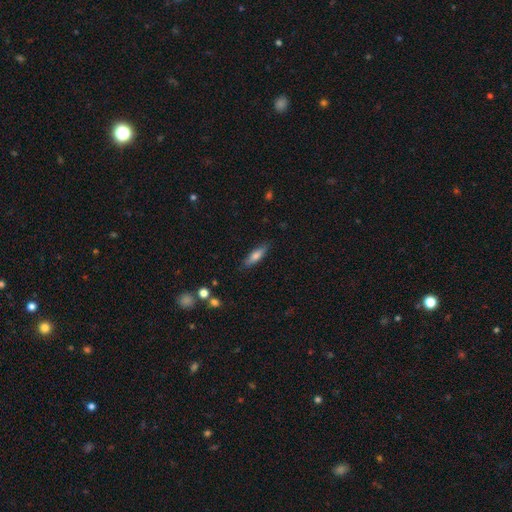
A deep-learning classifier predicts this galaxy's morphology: The model was most divided on "how rounded": cigar-shaped: 61%, in between: 37%, round: 2%. More confident: merging — none (84%); smooth or featured — smooth (70%).